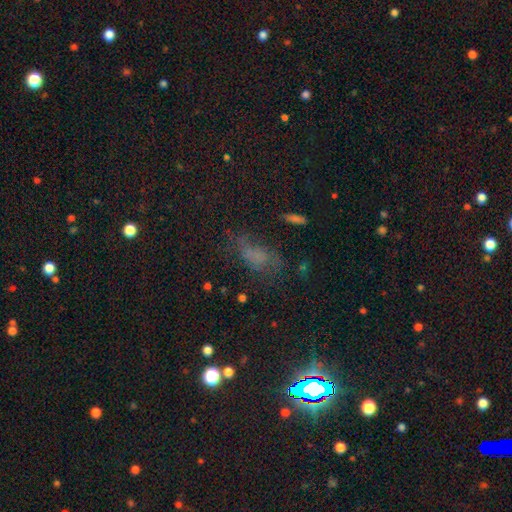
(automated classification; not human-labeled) Smooth or featured? smooth (45%)
Merging? none (50%)